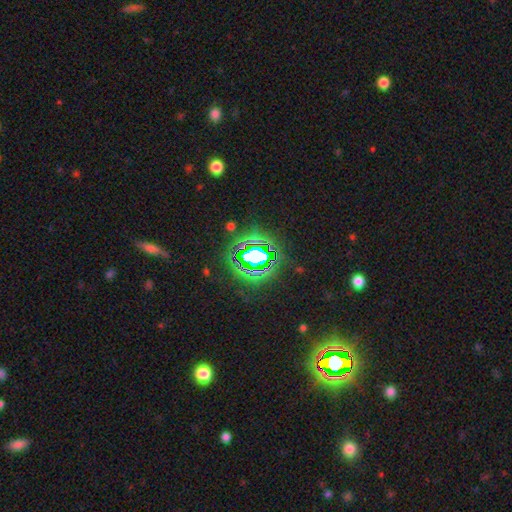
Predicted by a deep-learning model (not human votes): The model was most divided on "smooth or featured": star or artifact: 71%, smooth: 17%, featured or disk: 13%.